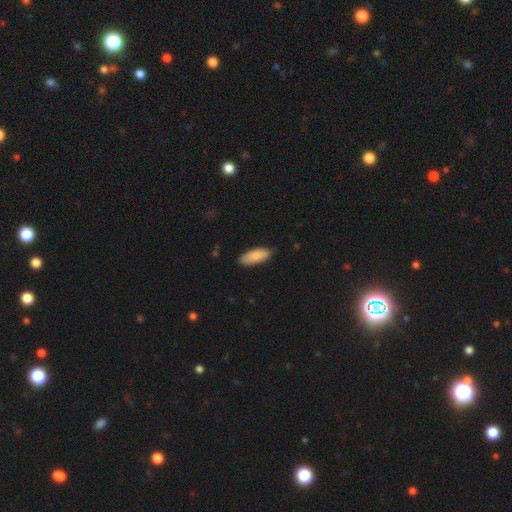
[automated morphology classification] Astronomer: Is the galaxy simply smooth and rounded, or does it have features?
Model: smooth — 88%.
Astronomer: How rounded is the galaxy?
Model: in between — 83%.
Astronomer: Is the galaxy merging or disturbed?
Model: none — 83%.